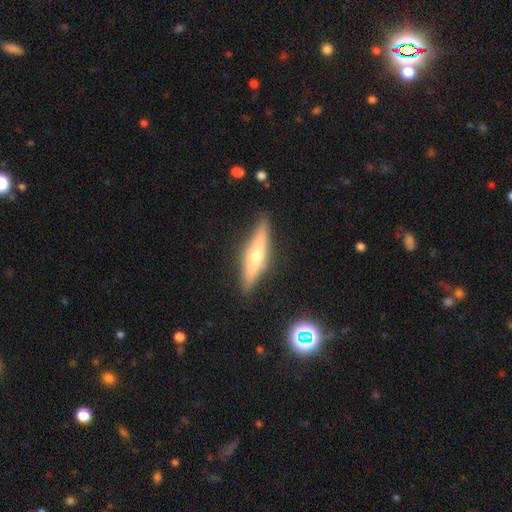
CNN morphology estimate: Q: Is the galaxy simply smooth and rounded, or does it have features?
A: featured or disk — 59%.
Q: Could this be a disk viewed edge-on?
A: yes — 93%.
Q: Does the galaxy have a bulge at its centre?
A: rounded — 87%.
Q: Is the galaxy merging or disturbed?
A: none — 88%.